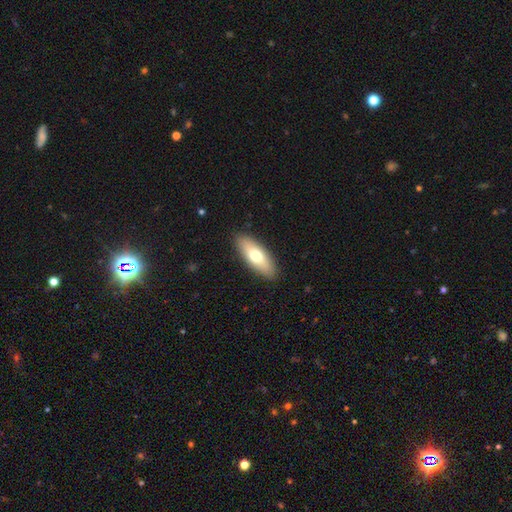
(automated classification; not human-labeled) Morphology: type=smooth (68%); roundness=in between (69%); merging=none (90%).